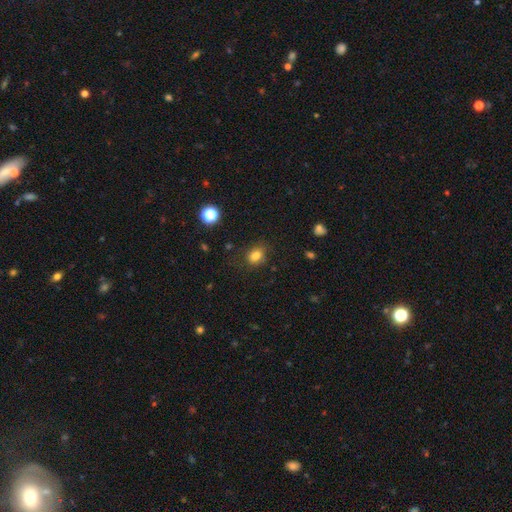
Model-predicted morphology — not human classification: type=smooth (81%); roundness=in between (51%); merging=none (77%).